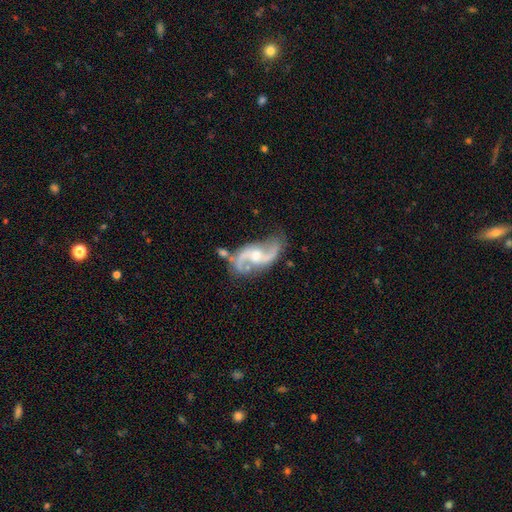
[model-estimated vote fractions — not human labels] Smooth or featured?
  - featured or disk: 91% *
  - star or artifact: 5%
  - smooth: 5%
Edge-on disk?
  - no: 97% *
  - yes: 3%
Bar?
  - no: 47% *
  - weak: 41%
  - strong: 12%
Spiral arms?
  - yes: 97% *
  - no: 3%
Spiral winding?
  - loose: 56% *
  - medium: 37%
  - tight: 8%
Spiral arm count?
  - 2: 93% *
  - can't tell: 2%
  - 1: 1%
  - 3: 1%
  - 4: 1%
  - more than 4: 1%
Bulge size?
  - moderate: 58% *
  - small: 36%
  - large: 3%
  - none: 3%
  - dominant: 1%
Merging?
  - none: 67% *
  - minor disturbance: 18%
  - major disturbance: 8%
  - merger: 7%